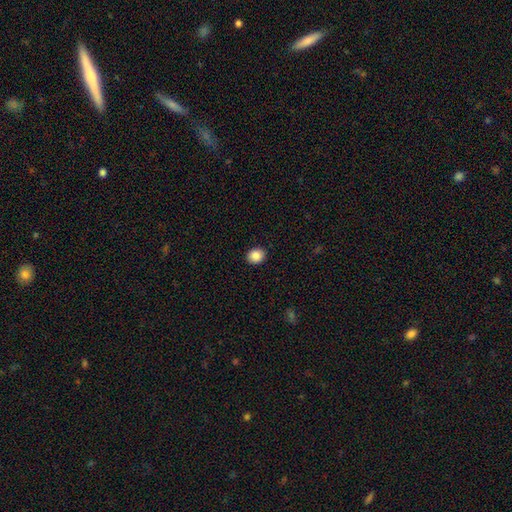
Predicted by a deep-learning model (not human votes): The model was most divided on "how rounded": round: 70%, in between: 29%, cigar-shaped: 1%. More confident: merging — none (91%); smooth or featured — smooth (88%).